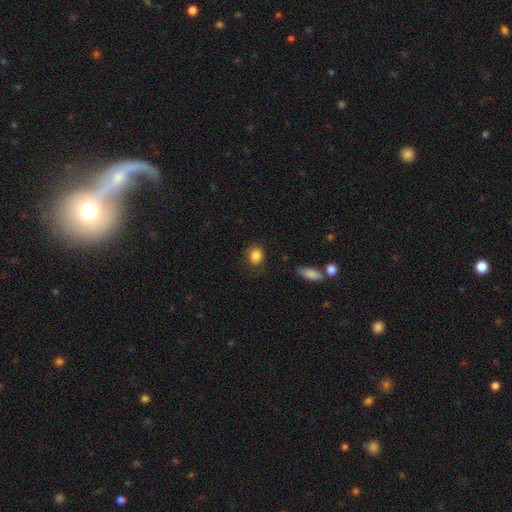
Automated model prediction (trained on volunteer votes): smooth 85%, star or artifact 9%, featured or disk 6%. Down the decision tree: how rounded — round (53%); merging — none (74%).